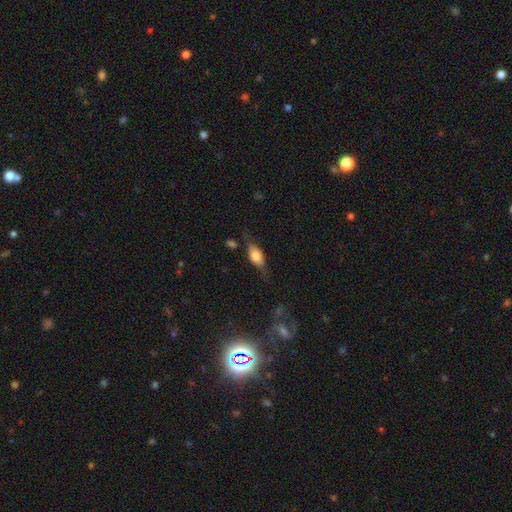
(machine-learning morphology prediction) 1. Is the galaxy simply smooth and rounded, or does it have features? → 60% smooth, 33% featured or disk, 7% star or artifact.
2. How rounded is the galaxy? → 77% in between, 18% cigar-shaped, 5% round.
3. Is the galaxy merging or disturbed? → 61% none, 24% minor disturbance, 11% major disturbance, 3% merger.